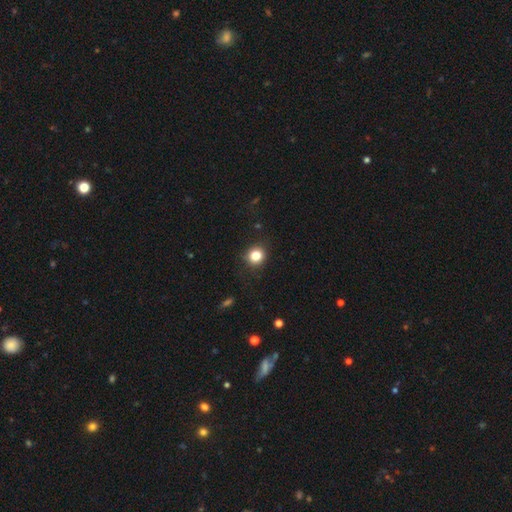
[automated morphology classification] Smooth or featured: smooth — 83% (star or artifact — 11%)
How rounded: round — 86% (in between — 13%)
Merging: none — 88% (minor disturbance — 9%)